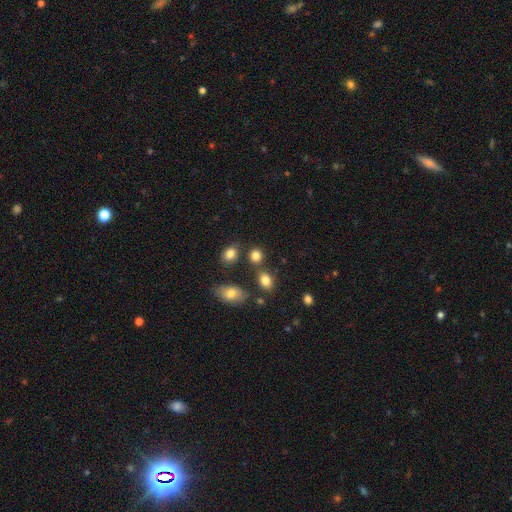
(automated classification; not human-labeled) smooth 83%, star or artifact 11%, featured or disk 6%. Down the decision tree: how rounded — round (63%); merging — none (71%).